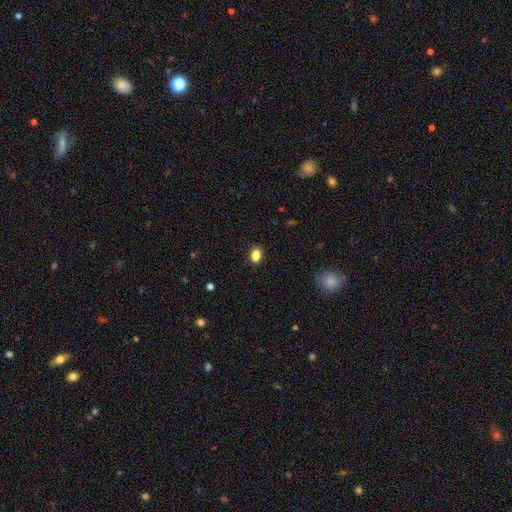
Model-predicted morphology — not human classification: Overall: smooth (85%). How rounded: in between (76%). Merging: none (86%).